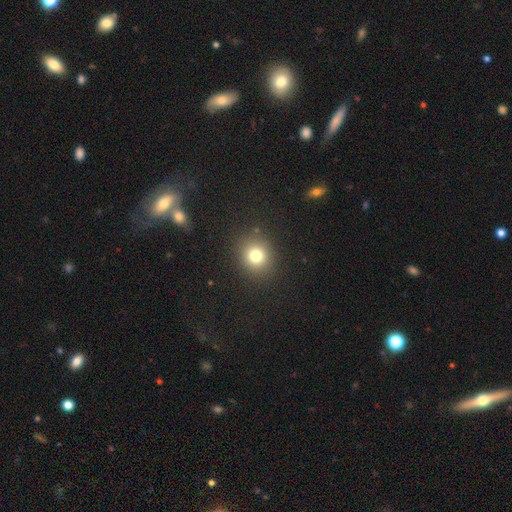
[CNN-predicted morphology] Overall: smooth (77%). How rounded: round (83%). Merging: none (88%).